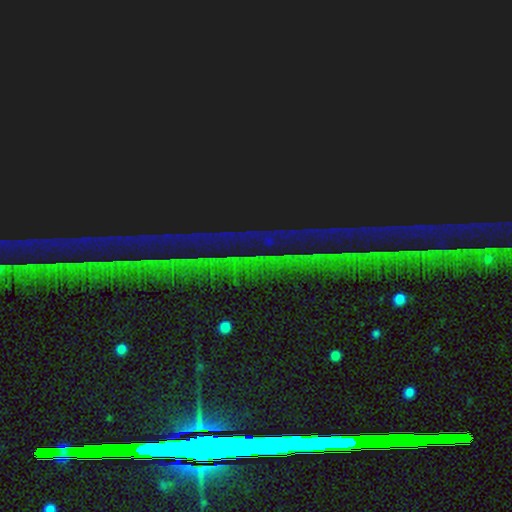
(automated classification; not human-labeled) Smooth or featured: star or artifact — 84% (featured or disk — 8%)